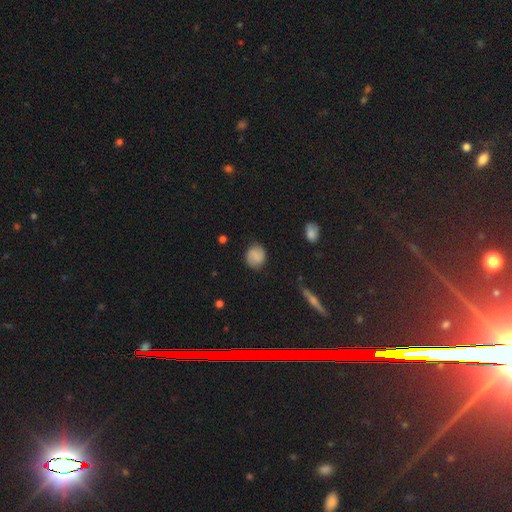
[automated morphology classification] A smooth galaxy with no disk features (59%) that is round (76%).

Vote fractions:
- Smooth or featured? smooth: 59% / featured or disk: 32% / star or artifact: 9%
- How rounded? round: 76% / in between: 23% / cigar-shaped: 1%
- Merging? none: 80% / minor disturbance: 14% / major disturbance: 4% / merger: 1%